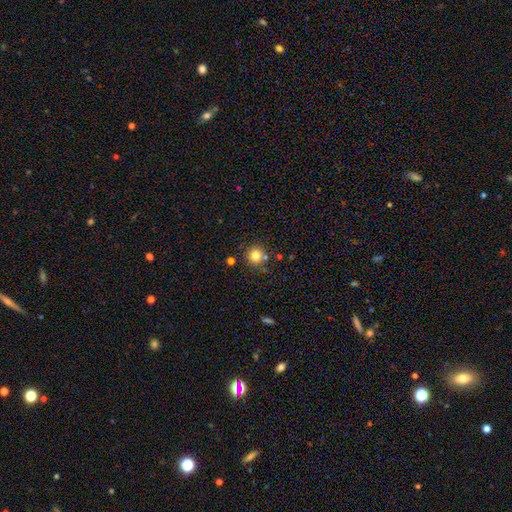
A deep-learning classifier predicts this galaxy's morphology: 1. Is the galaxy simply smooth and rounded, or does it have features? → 80% smooth, 12% star or artifact, 7% featured or disk.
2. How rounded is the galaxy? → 92% round, 7% in between, 1% cigar-shaped.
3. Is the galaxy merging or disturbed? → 77% none, 10% minor disturbance, 9% merger, 3% major disturbance.